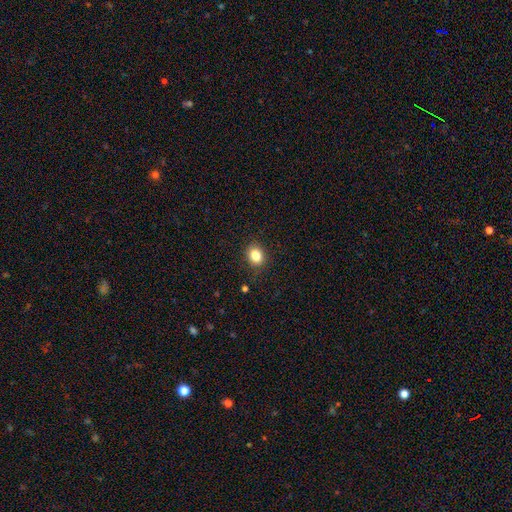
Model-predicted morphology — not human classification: smooth 84%, star or artifact 10%, featured or disk 6%. Down the decision tree: how rounded — round (57%); merging — none (87%).